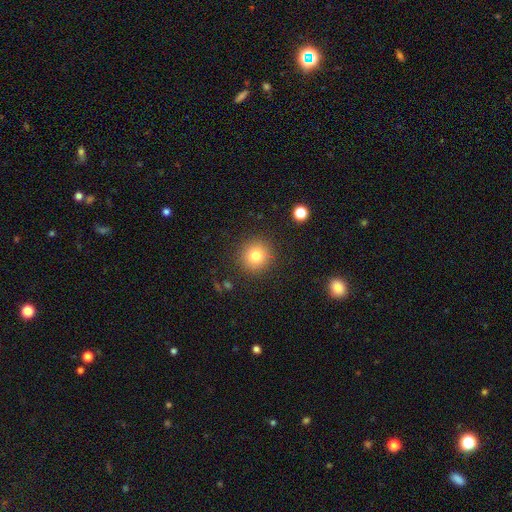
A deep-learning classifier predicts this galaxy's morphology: This is likely a smooth galaxy (79%). How rounded: clearly round (93%). Merging: clearly none (90%).